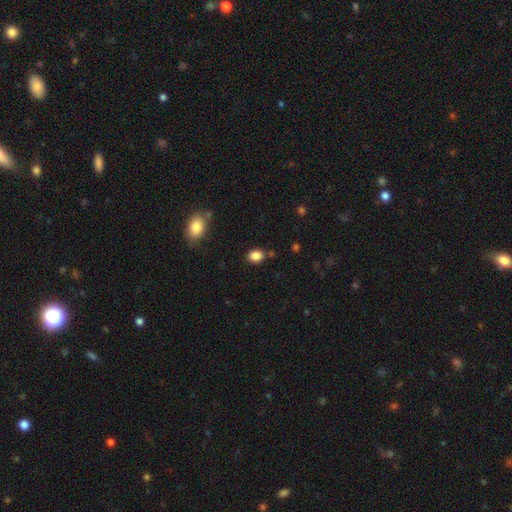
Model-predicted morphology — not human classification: Smooth or featured? smooth (86%)
How rounded? in between (58%)
Merging? none (81%)